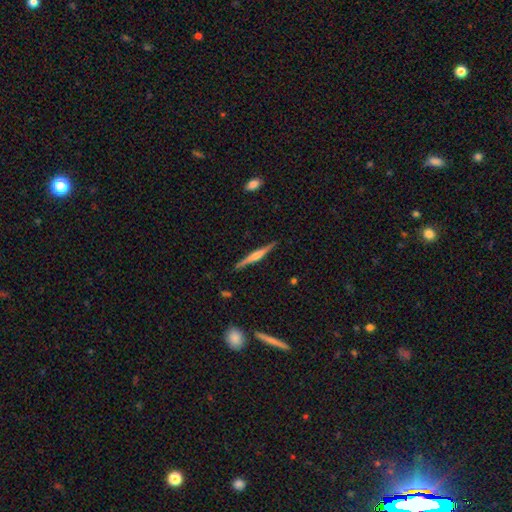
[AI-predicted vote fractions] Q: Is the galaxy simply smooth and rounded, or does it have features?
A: featured or disk — 69%.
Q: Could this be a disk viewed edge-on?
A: yes — 98%.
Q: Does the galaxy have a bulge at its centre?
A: rounded — 69%.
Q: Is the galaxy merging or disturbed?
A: none — 90%.